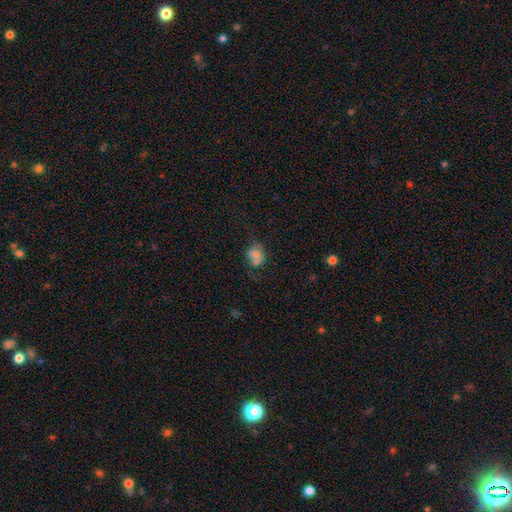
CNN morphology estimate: This is likely a smooth galaxy (67%). How rounded: possibly round (54%). Merging: marginally none (43%).